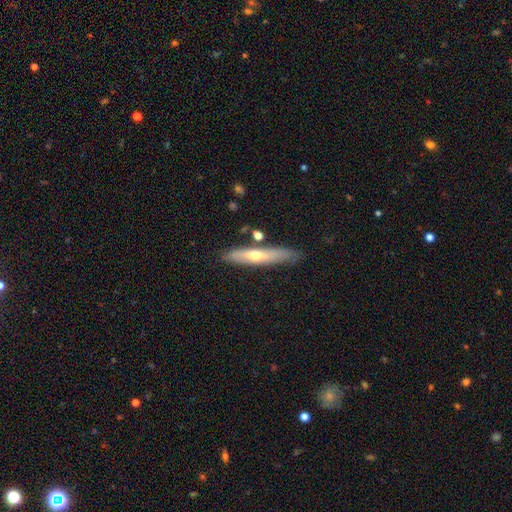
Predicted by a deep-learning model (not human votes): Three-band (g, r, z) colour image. It shows a featured or disk galaxy (49%). Merging: none (78%).